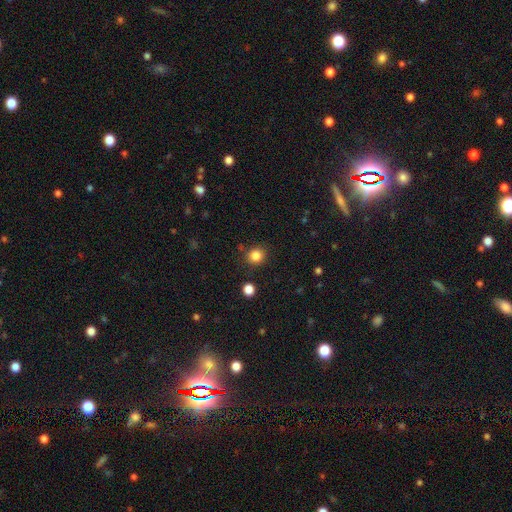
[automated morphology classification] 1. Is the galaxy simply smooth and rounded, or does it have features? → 84% smooth, 12% star or artifact, 4% featured or disk.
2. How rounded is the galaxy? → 87% round, 12% in between, 1% cigar-shaped.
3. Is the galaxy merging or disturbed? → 86% none, 8% minor disturbance, 3% merger, 3% major disturbance.